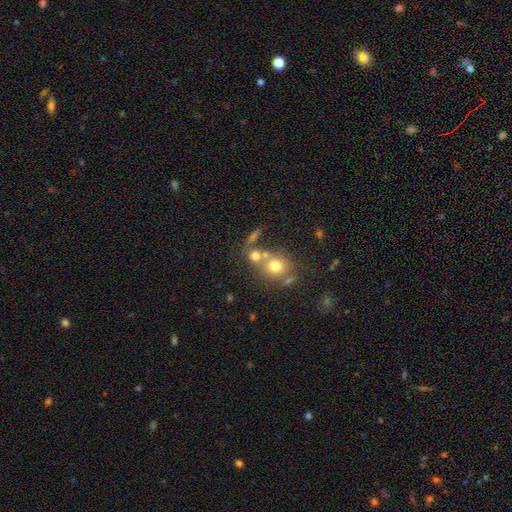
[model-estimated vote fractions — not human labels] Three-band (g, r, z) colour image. It shows a smooth galaxy with no disk features (69%) that is round (76%). Merging: none (46%).